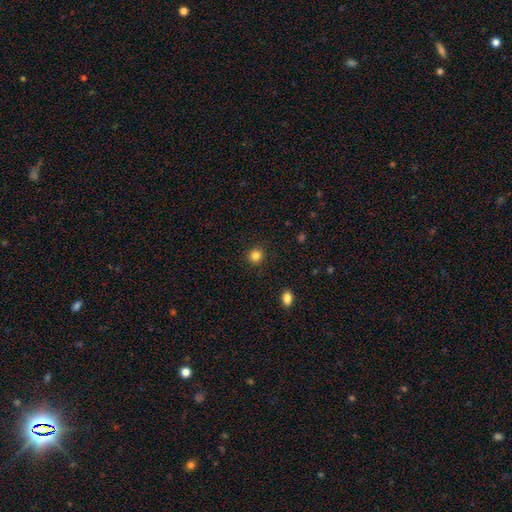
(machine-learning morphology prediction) Smooth or featured? Predicted: smooth (p=0.84). How rounded? Predicted: round (p=0.91). Merging? Predicted: none (p=0.90).